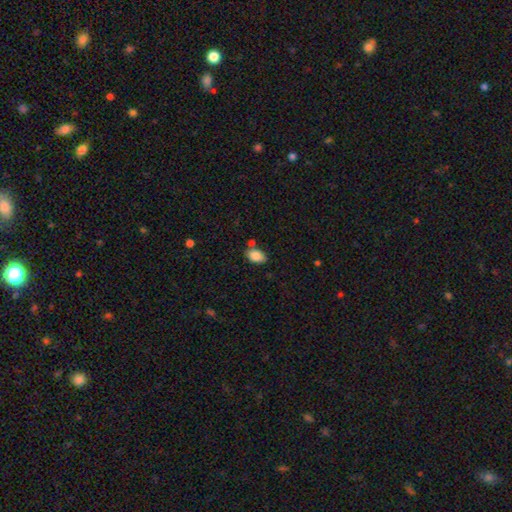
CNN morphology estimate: smooth-or-featured: smooth: 86% | star or artifact: 8% | featured or disk: 6%
  how-rounded: in between: 90% | round: 9% | cigar-shaped: 1%
  merging: none: 71% | minor disturbance: 14% | merger: 12% | major disturbance: 3%